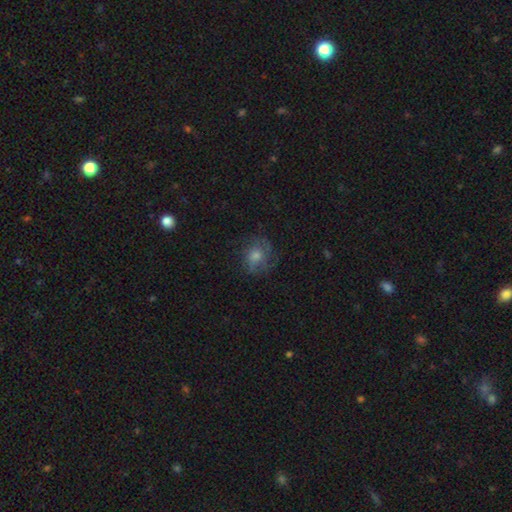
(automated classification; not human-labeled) Smooth or featured? smooth (43%, tied with featured or disk)
Merging? none (68%)